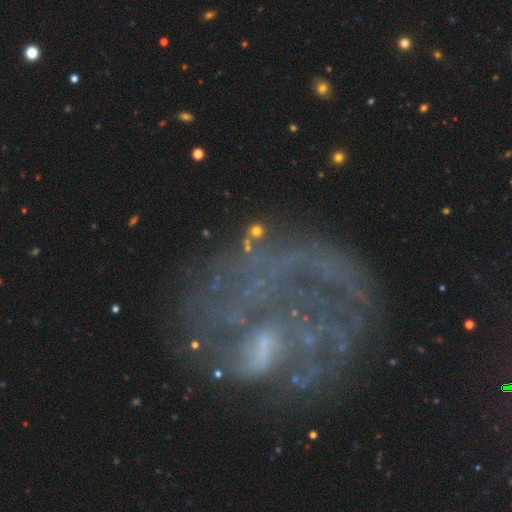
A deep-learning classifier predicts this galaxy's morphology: This appears to be a featured or disk galaxy (72%) with no bar (54%), spiral arms (56%) and no central bulge (40%). Merging: none (41%).